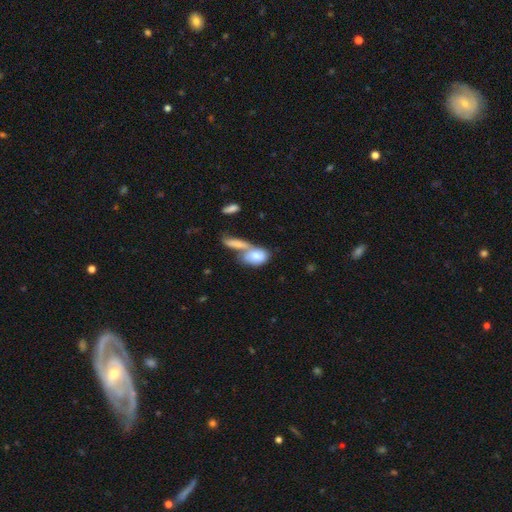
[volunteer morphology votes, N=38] Overall: smooth (79%). How rounded: in between (97%). Merging: none (55%; merger 21%).